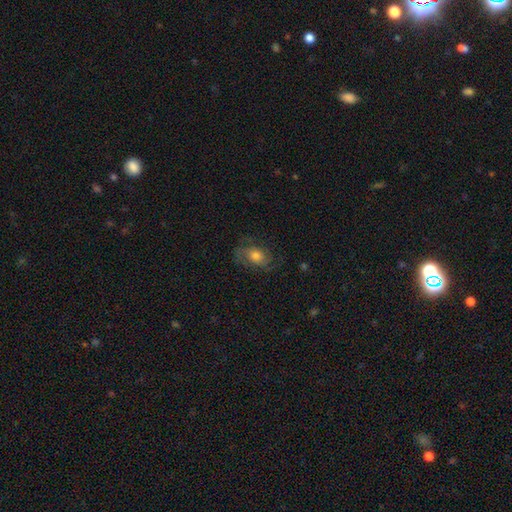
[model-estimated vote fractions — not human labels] Morphology: type=featured or disk (52%); edge-on=no (95%); merging=none (65%).